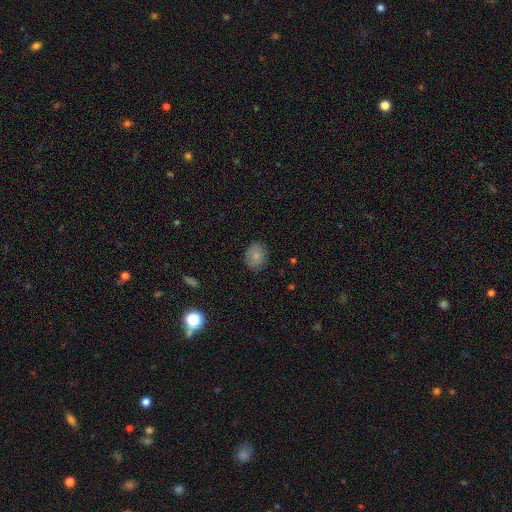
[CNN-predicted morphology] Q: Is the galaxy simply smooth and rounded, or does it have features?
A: smooth — 83%.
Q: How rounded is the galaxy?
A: round — 51%.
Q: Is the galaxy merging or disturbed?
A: none — 84%.